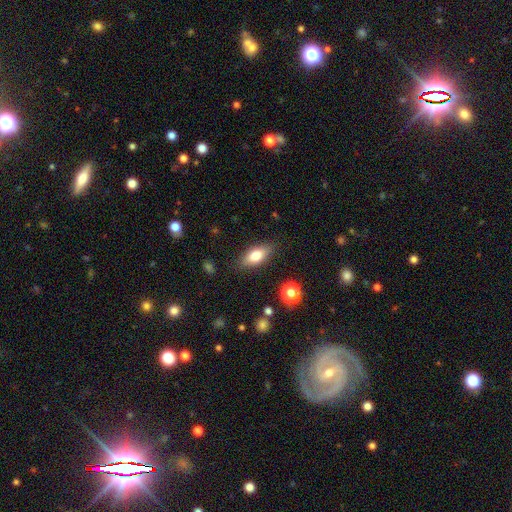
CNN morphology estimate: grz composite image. It shows a smooth galaxy with no disk features (74%) that is in between round and cigar-shaped (79%). Merging: none (84%).